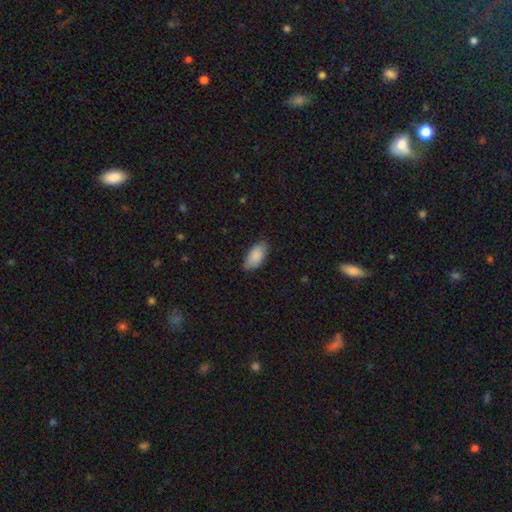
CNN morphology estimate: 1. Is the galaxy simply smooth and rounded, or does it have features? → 88% smooth, 6% featured or disk, 6% star or artifact.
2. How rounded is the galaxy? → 91% in between, 7% cigar-shaped, 2% round.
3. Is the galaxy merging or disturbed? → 81% none, 15% minor disturbance, 3% major disturbance, 1% merger.